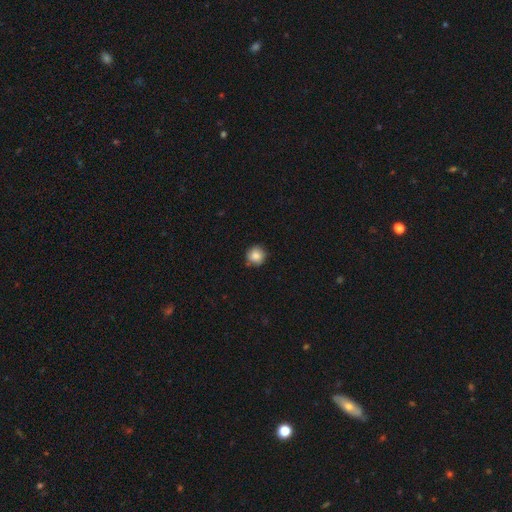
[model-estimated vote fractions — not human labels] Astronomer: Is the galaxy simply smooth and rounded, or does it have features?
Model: smooth — 84%.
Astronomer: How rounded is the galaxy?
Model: round — 92%.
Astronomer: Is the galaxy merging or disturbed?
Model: none — 82%.